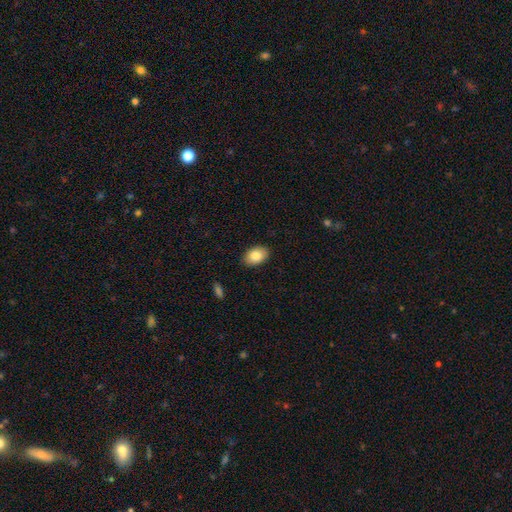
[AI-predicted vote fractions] smooth 84%, featured or disk 8%, star or artifact 7%. Down the decision tree: how rounded — in between (88%); merging — none (88%).